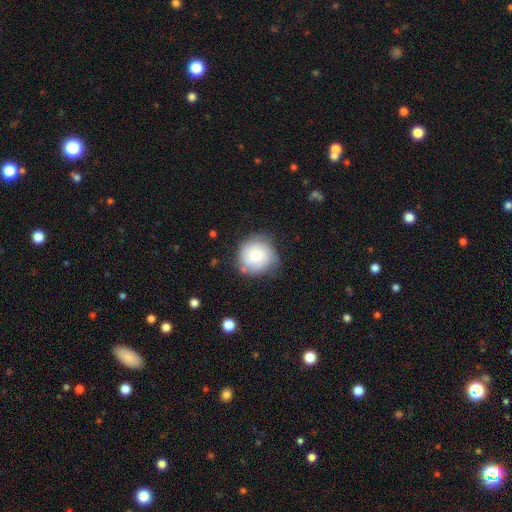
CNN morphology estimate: Smooth or featured? smooth (65%)
How rounded? round (91%)
Merging? none (70%)